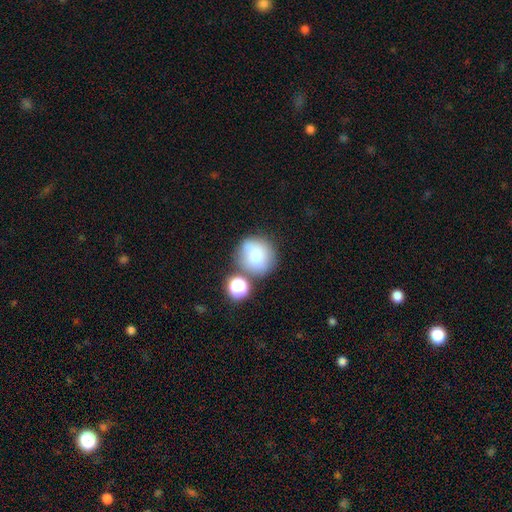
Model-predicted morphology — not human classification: The model was most divided on "merging": none: 68%, merger: 14%, minor disturbance: 13%, major disturbance: 5%. More confident: how rounded — round (89%); smooth or featured — smooth (77%).